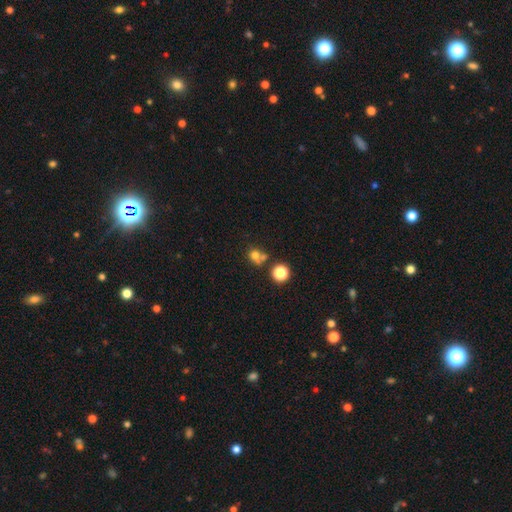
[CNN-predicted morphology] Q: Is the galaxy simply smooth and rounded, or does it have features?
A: smooth — 71%.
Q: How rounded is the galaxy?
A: round — 74%.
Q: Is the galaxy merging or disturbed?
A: none — 42%.